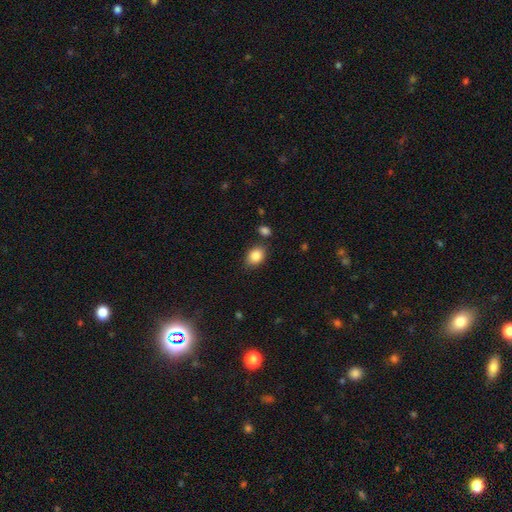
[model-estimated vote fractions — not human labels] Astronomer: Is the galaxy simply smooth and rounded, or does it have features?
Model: smooth — 87%.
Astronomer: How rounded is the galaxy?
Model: in between — 68%.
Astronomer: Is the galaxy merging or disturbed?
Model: none — 77%.